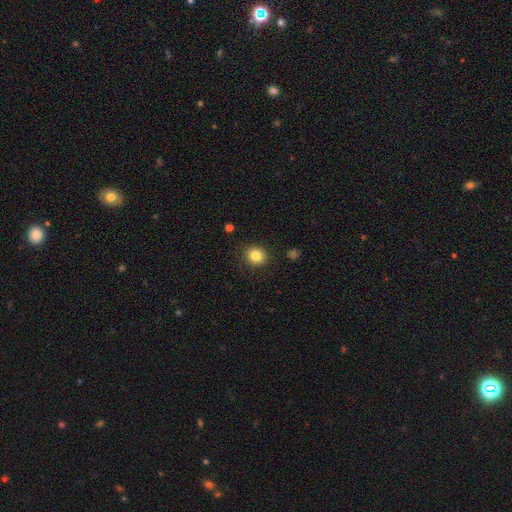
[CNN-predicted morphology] Smooth or featured? smooth (83%)
How rounded? round (84%)
Merging? none (89%)